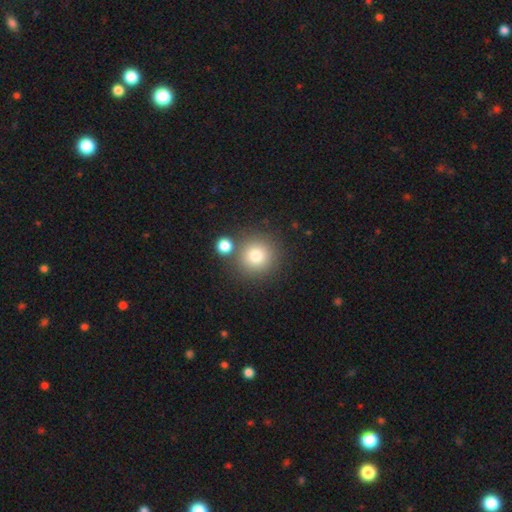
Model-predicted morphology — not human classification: smooth_or_featured: smooth (p=0.78) [alt: star or artifact p=0.12]
how_rounded: round (p=0.94) [alt: in between p=0.05]
merging: none (p=0.76) [alt: merger p=0.13]